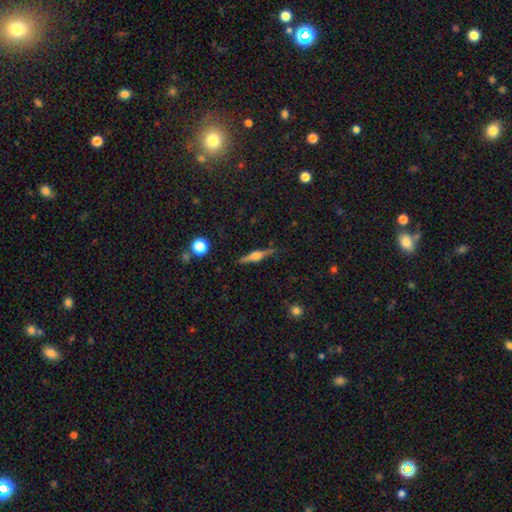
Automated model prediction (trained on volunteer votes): This appears to be a featured or disk galaxy (69%) viewed edge-on (97%) with a rounded central bulge (83%). Merging: none (88%).